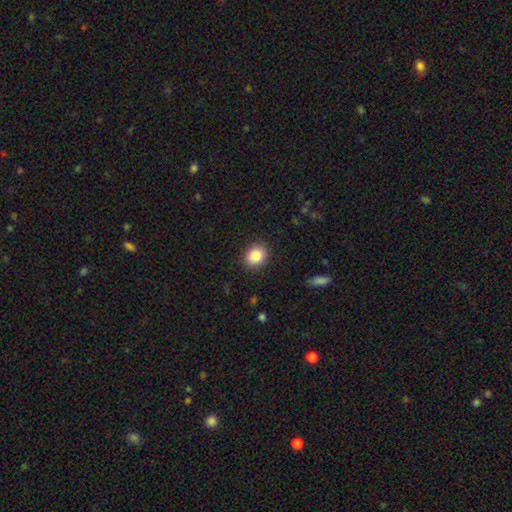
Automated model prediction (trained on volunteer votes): A smooth galaxy with no disk features (85%) that is round (58%).

Vote fractions:
- Smooth or featured? smooth: 85% / star or artifact: 9% / featured or disk: 6%
- How rounded? round: 58% / in between: 41% / cigar-shaped: 1%
- Merging? none: 89% / minor disturbance: 7% / major disturbance: 2% / merger: 1%